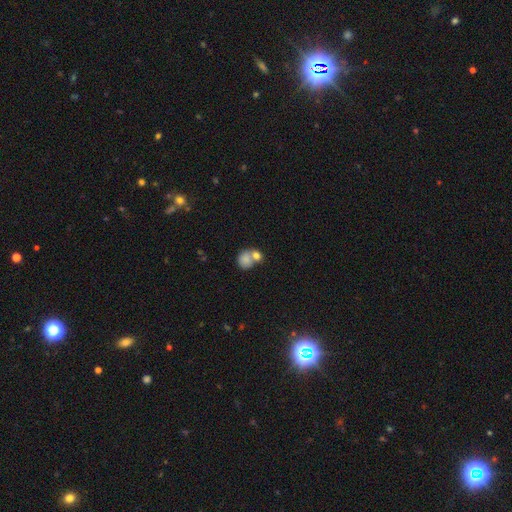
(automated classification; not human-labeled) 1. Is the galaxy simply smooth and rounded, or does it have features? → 79% smooth, 11% featured or disk, 9% star or artifact.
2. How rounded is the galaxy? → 67% round, 32% in between, 1% cigar-shaped.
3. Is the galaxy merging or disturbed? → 55% merger, 31% none, 9% minor disturbance, 5% major disturbance.